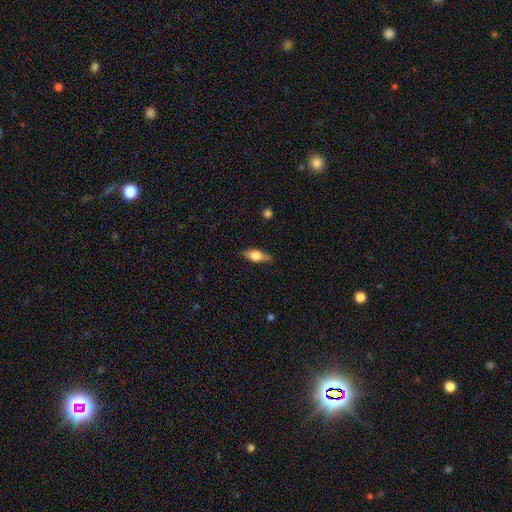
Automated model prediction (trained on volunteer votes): smooth-or-featured: smooth: 58% | featured or disk: 35% | star or artifact: 7%
  how-rounded: in between: 67% | cigar-shaped: 28% | round: 5%
  merging: none: 79% | minor disturbance: 16% | major disturbance: 4% | merger: 2%